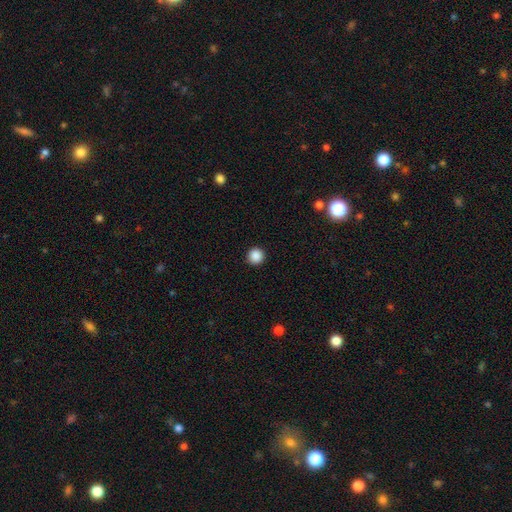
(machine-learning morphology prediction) Smooth or featured?
  - smooth: 88% *
  - star or artifact: 10%
  - featured or disk: 2%
How rounded?
  - round: 96% *
  - in between: 3%
  - cigar-shaped: 1%
Merging?
  - none: 93% *
  - minor disturbance: 4%
  - major disturbance: 2%
  - merger: 1%